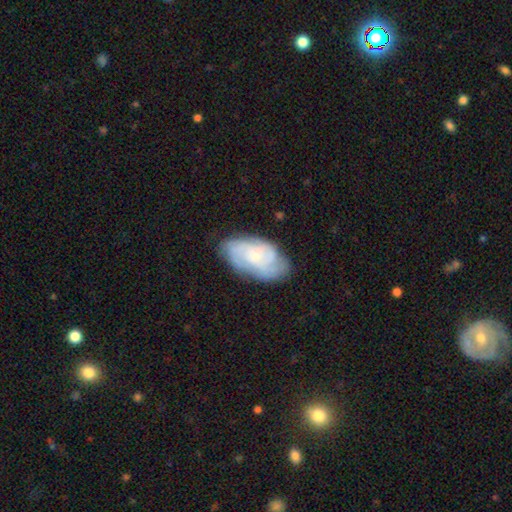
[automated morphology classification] A featured or disk galaxy (68%) with no bar (74%), tight (59%) spiral arms (91%) and a small central bulge (66%). Merging: none (72%).